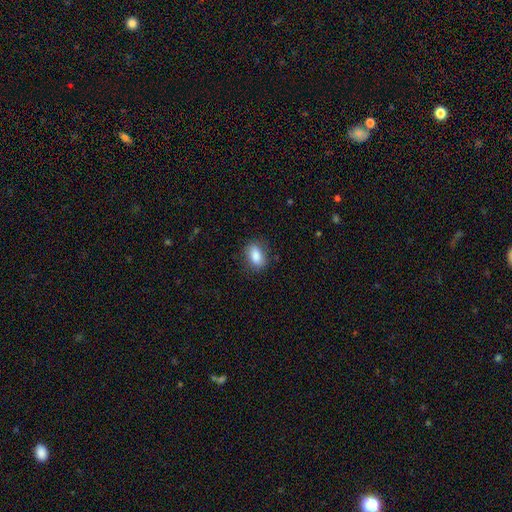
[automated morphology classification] Smooth or featured: smooth — 85% (featured or disk — 8%)
How rounded: in between — 85% (round — 11%)
Merging: none — 80% (minor disturbance — 15%)